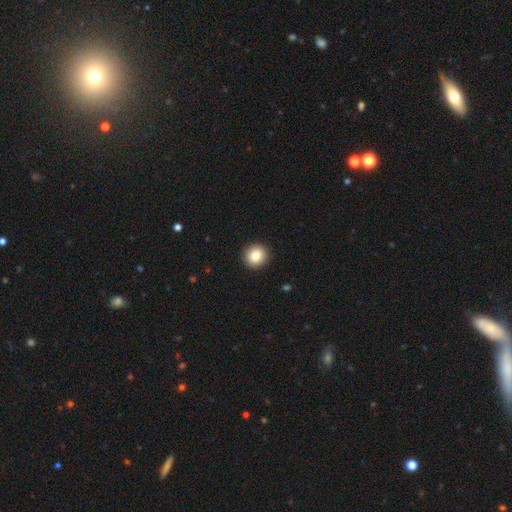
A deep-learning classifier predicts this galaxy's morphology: Overall: smooth (84%). How rounded: round (91%). Merging: none (93%).